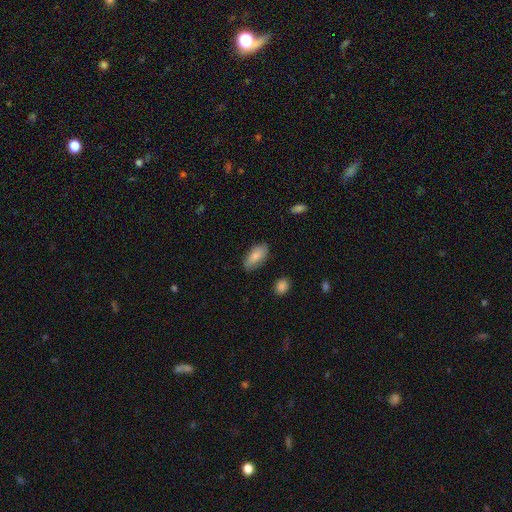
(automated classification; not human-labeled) smooth-or-featured: smooth: 80% | featured or disk: 14% | star or artifact: 6%
  how-rounded: in between: 89% | cigar-shaped: 8% | round: 3%
  merging: none: 80% | minor disturbance: 16% | major disturbance: 3% | merger: 2%